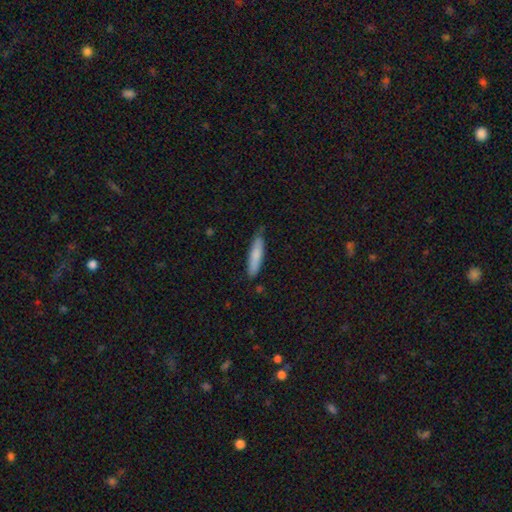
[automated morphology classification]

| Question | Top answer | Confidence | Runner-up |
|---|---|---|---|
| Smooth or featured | smooth | 79% | featured or disk (15%) |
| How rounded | cigar-shaped | 84% | in between (15%) |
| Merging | none | 80% | minor disturbance (16%) |